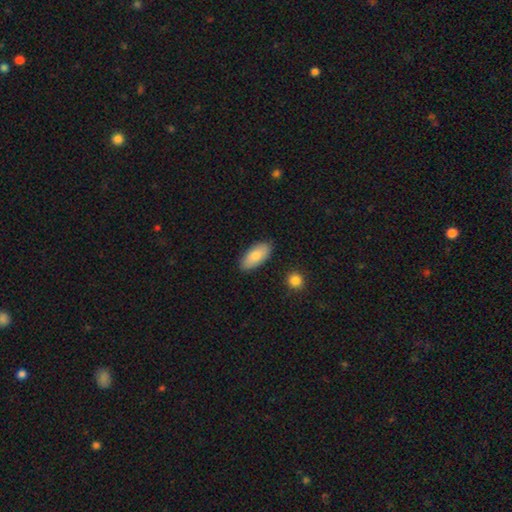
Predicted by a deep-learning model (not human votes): The model was most divided on "smooth or featured": smooth: 83%, featured or disk: 12%, star or artifact: 6%. More confident: how rounded — in between (90%); merging — none (86%).